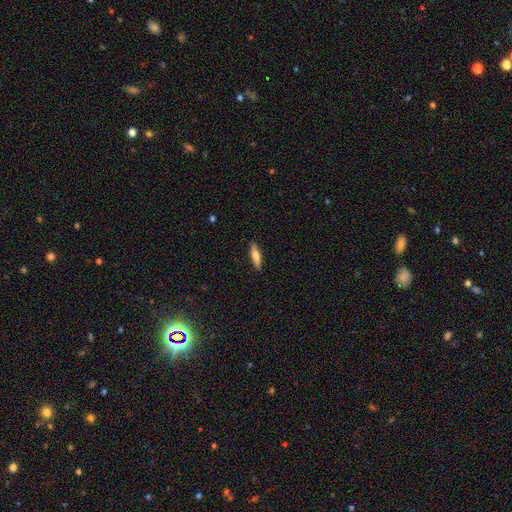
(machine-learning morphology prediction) Smooth or featured? Predicted: smooth (p=0.67). How rounded? Predicted: cigar-shaped (p=0.65). Merging? Predicted: none (p=0.88).